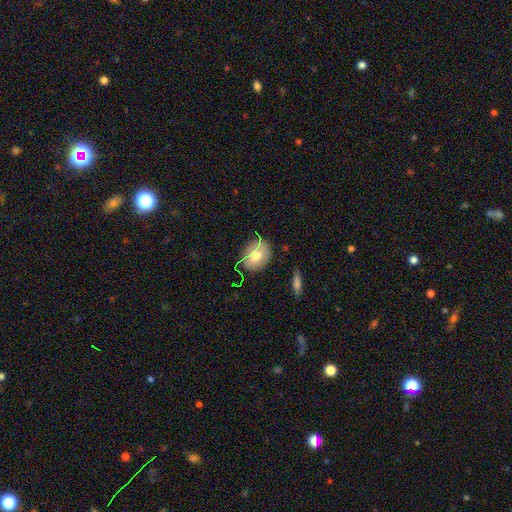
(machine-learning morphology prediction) Overall: smooth (68%). How rounded: in between (58%; round 41%). Merging: none (77%).